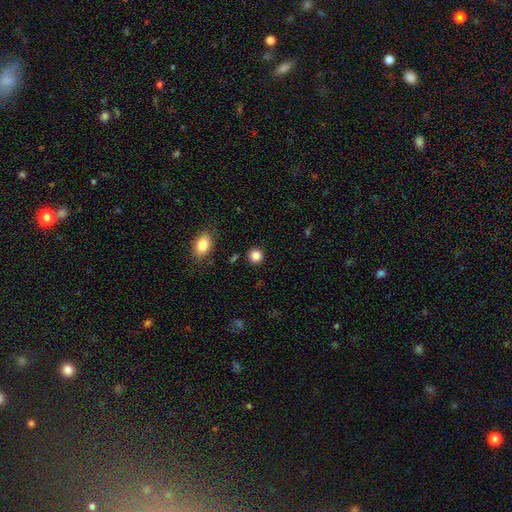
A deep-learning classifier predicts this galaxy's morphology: The model was most divided on "smooth or featured": smooth: 86%, star or artifact: 11%, featured or disk: 4%. More confident: how rounded — round (90%); merging — none (90%).